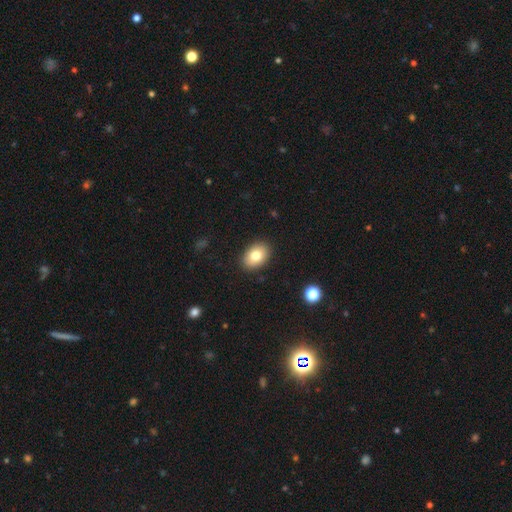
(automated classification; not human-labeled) smooth 79%, featured or disk 13%, star or artifact 8%. Down the decision tree: how rounded — in between (79%); merging — none (89%).